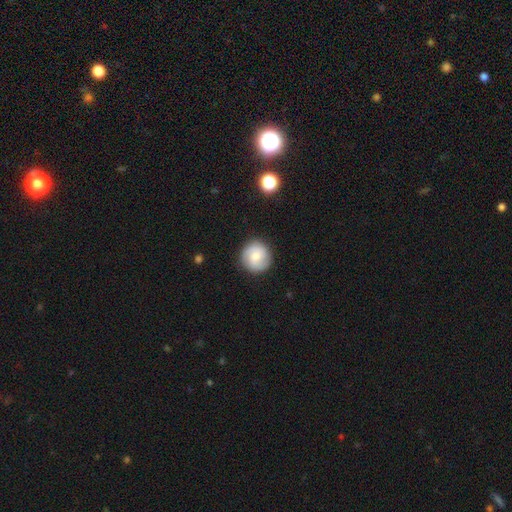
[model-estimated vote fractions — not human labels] Overall: smooth (48%; featured or disk 45%). Merging: none (87%).